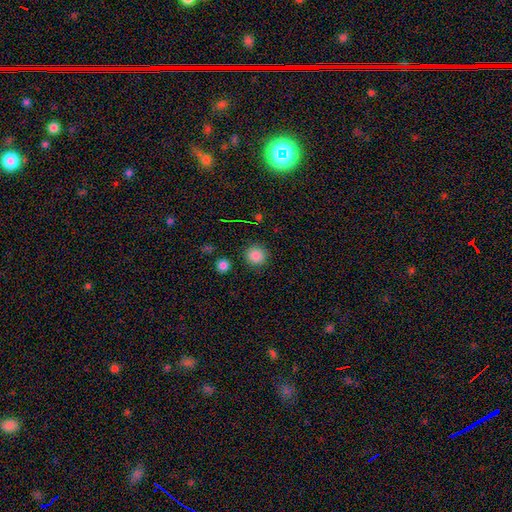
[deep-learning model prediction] A smooth galaxy with no disk features (85%) that is round (93%). Merging: none (89%).